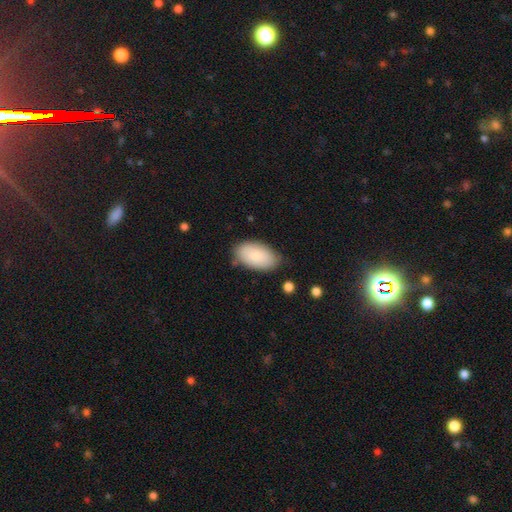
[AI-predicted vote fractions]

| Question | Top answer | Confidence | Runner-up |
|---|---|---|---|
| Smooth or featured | smooth | 85% | featured or disk (9%) |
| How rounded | in between | 95% | round (3%) |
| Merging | none | 77% | minor disturbance (17%) |